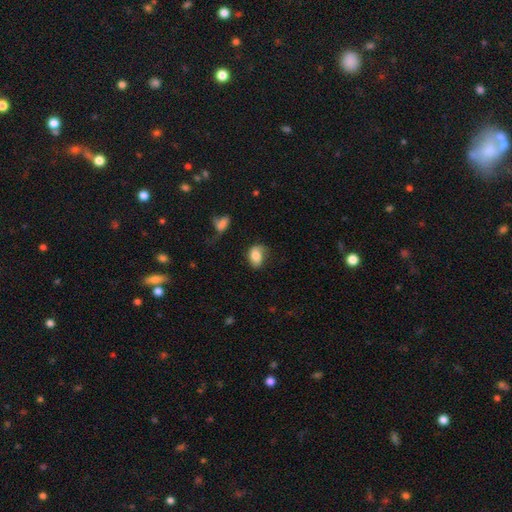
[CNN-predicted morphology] Smooth or featured? smooth (73%)
How rounded? in between (78%)
Merging? none (50%)